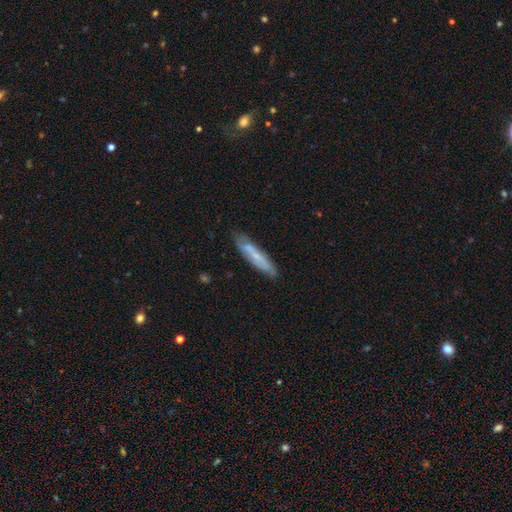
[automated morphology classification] featured or disk 50%, smooth 43%, star or artifact 7%. Down the decision tree: merging — none (78%).